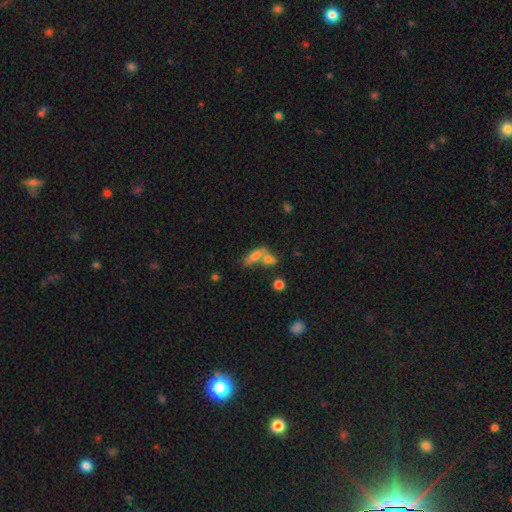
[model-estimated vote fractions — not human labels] A smooth galaxy with no disk features (67%) that is in between round and cigar-shaped (59%). Merging: merger (48%).